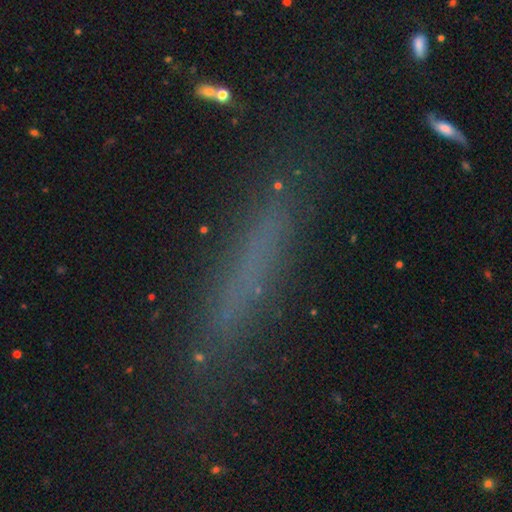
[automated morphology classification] This appears to be a smooth galaxy with no disk features (53%) that is cigar-shaped (90%). Merging: none (79%).